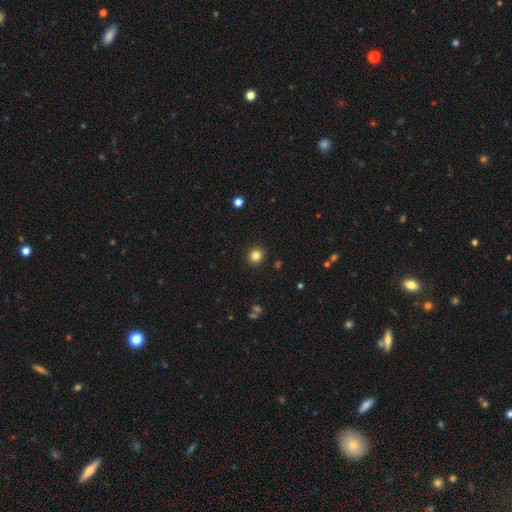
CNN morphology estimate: smooth_or_featured: smooth (p=0.82) [alt: star or artifact p=0.12]
how_rounded: round (p=0.89) [alt: in between p=0.10]
merging: none (p=0.92) [alt: minor disturbance p=0.05]